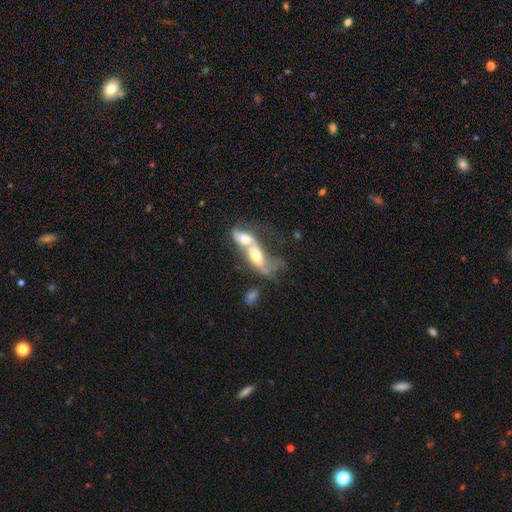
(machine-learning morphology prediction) This is possibly a featured or disk galaxy (46%, tied with smooth). Merging: likely merger (80%).